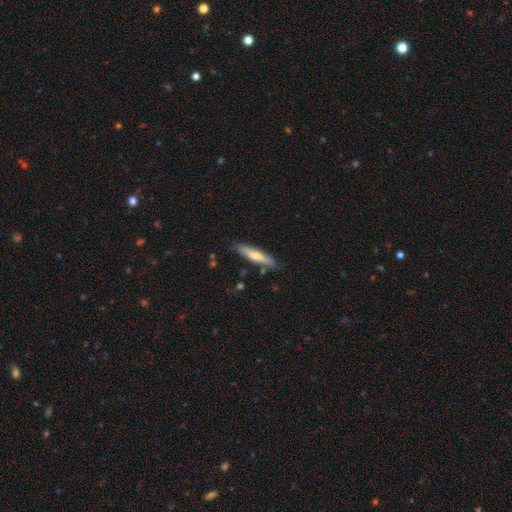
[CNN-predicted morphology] smooth_or_featured: smooth (p=0.66) [alt: featured or disk p=0.28]
how_rounded: cigar-shaped (p=0.80) [alt: in between p=0.18]
merging: none (p=0.82) [alt: minor disturbance p=0.14]